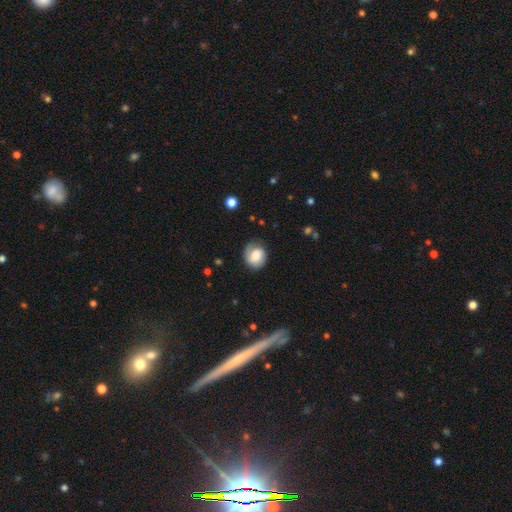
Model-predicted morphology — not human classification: This appears to be a smooth galaxy with no disk features (59%) that is round (70%). Merging: none (66%).